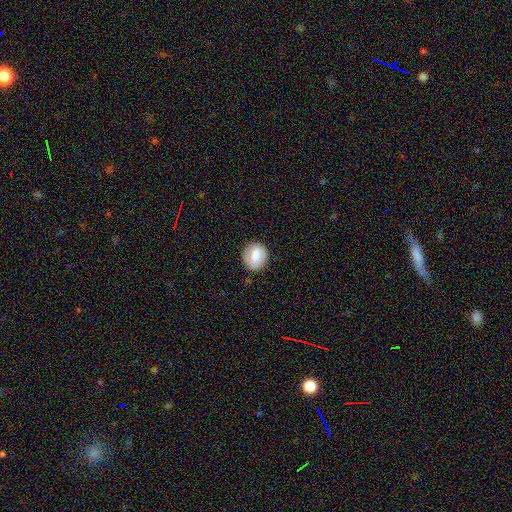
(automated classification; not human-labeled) Morphology: type=smooth (70%); roundness=round (75%); merging=none (82%).